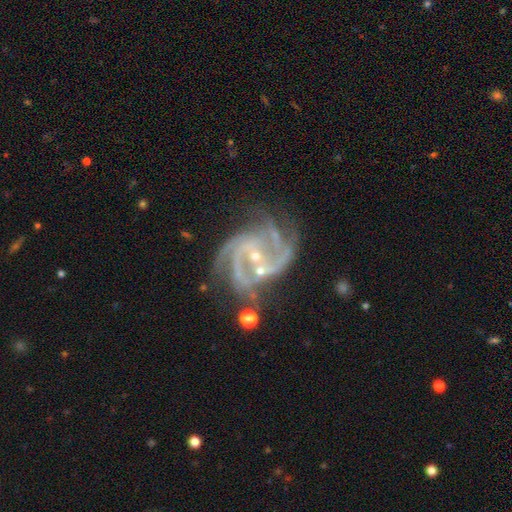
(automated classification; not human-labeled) A featured or disk galaxy (90%) with no bar (45%), 3 (42%) medium (53%) spiral arms (98%) and a small central bulge (78%). Merging: none (51%).